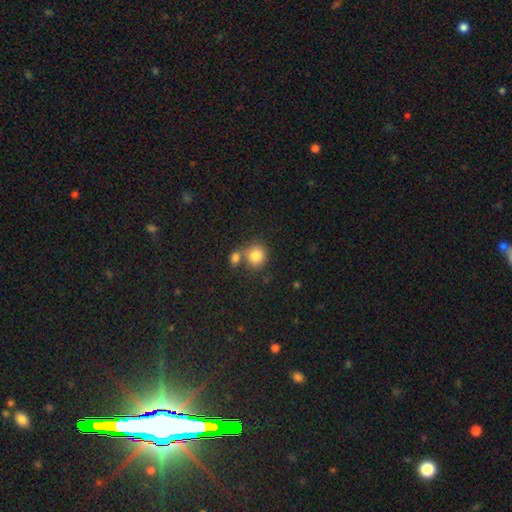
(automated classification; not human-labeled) Smooth or featured: smooth — 82% (star or artifact — 10%)
How rounded: round — 83% (in between — 16%)
Merging: none — 55% (merger — 32%)